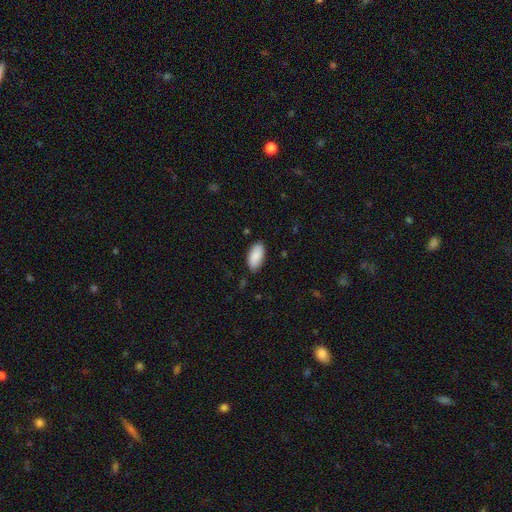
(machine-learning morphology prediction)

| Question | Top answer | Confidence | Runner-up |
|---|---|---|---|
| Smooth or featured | smooth | 90% | star or artifact (6%) |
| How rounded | in between | 94% | cigar-shaped (5%) |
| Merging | none | 84% | minor disturbance (12%) |